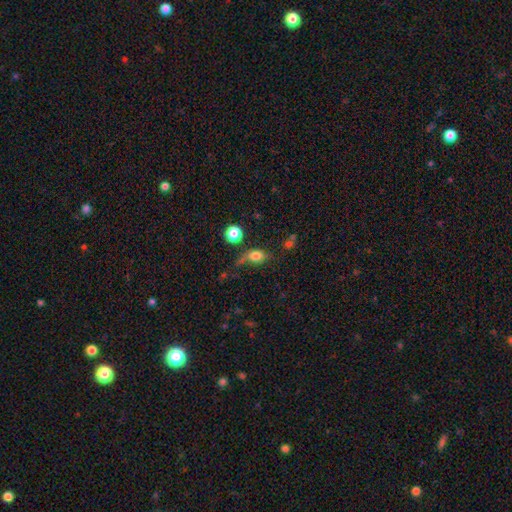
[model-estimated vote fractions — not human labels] Smooth or featured? smooth (75%)
How rounded? in between (65%)
Merging? none (45%)